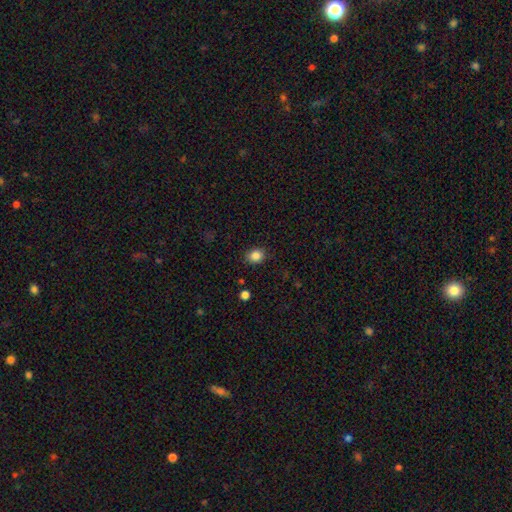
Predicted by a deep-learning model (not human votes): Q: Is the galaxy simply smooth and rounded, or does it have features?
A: smooth — 86%.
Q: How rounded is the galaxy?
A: round — 64%.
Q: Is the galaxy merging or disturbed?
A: none — 86%.